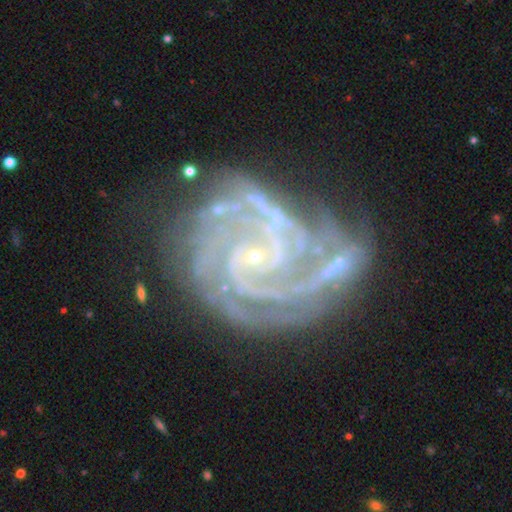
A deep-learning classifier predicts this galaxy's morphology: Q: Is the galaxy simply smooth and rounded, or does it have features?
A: featured or disk — 91%.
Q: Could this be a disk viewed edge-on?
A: no — 98%.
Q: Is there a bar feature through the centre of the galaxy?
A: no — 58%.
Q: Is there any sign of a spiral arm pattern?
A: yes — 99%.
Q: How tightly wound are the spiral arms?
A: tight — 67%.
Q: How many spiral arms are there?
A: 3 — 30%.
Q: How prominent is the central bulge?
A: small — 86%.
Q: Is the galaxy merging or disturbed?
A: none — 55%.